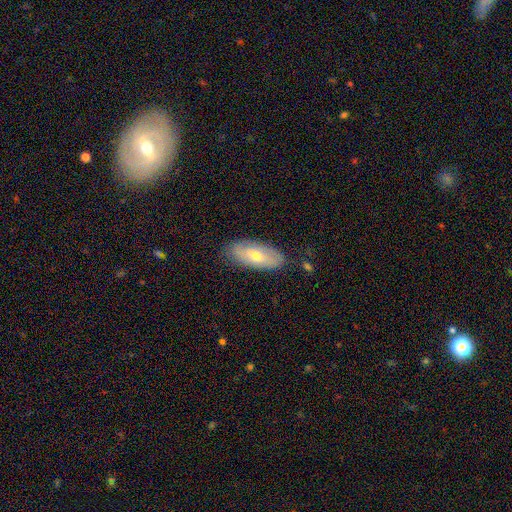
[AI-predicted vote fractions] Morphology: type=smooth (56%); roundness=in between (84%); merging=none (81%).